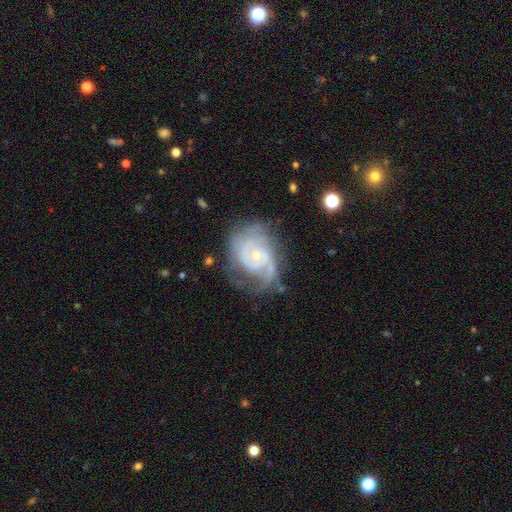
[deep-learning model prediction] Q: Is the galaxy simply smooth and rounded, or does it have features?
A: featured or disk — 86%.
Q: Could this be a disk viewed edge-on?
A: no — 98%.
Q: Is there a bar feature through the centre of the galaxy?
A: no — 69%.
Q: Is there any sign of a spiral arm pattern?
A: yes — 95%.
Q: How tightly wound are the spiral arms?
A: tight — 50%.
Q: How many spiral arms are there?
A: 2 — 42%.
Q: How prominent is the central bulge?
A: small — 72%.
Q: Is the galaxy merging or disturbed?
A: none — 58%.